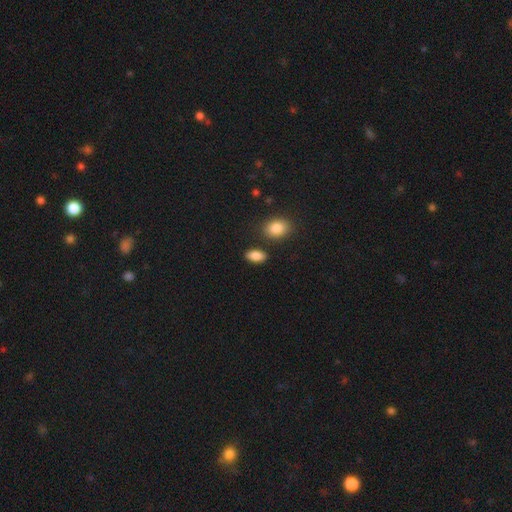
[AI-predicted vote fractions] Morphology: type=smooth (87%); roundness=in between (91%); merging=none (83%).